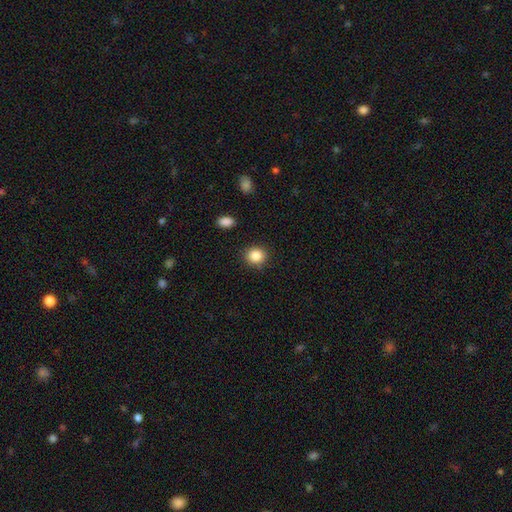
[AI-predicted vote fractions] Smooth or featured: smooth — 86% (star or artifact — 9%)
How rounded: round — 84% (in between — 15%)
Merging: none — 89% (minor disturbance — 7%)